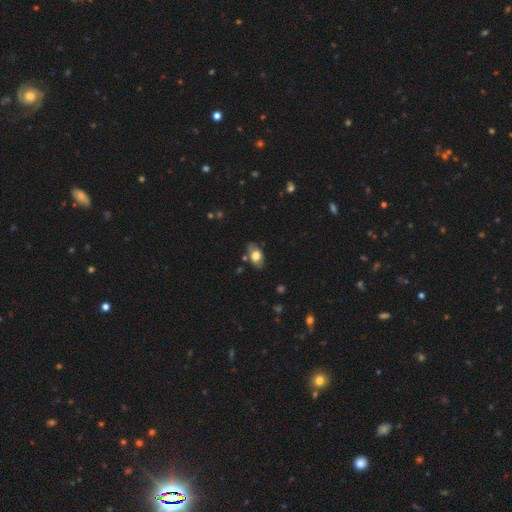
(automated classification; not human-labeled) smooth 66%, featured or disk 27%, star or artifact 7%. Down the decision tree: how rounded — in between (91%); merging — none (76%).